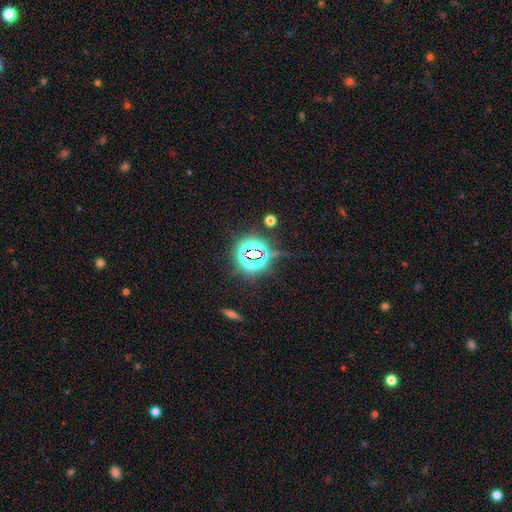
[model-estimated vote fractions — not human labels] A star or artifact, not a galaxy (77%).